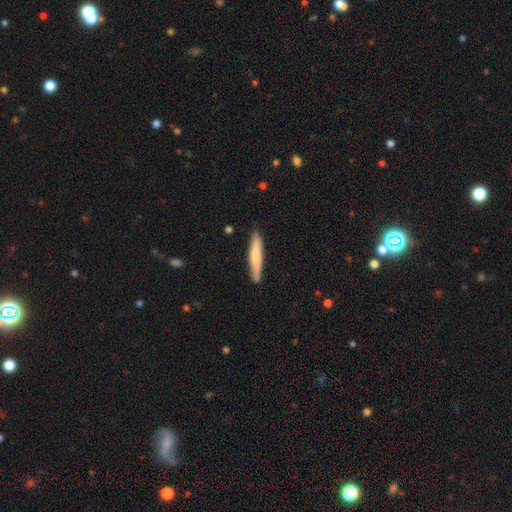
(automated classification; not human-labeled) This is likely a smooth galaxy (71%). How rounded: clearly cigar-shaped (93%). Merging: clearly none (84%).